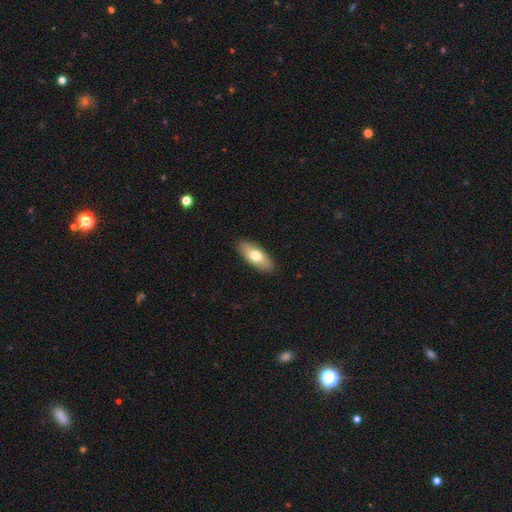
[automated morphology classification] smooth 71%, featured or disk 24%, star or artifact 6%. Down the decision tree: how rounded — in between (80%); merging — none (89%).